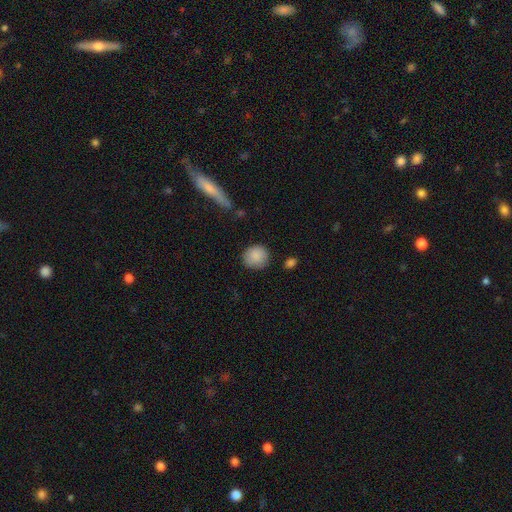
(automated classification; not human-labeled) Smooth or featured?
  - smooth: 87% *
  - star or artifact: 7%
  - featured or disk: 6%
How rounded?
  - round: 85% *
  - in between: 14%
  - cigar-shaped: 1%
Merging?
  - none: 81% *
  - minor disturbance: 14%
  - major disturbance: 3%
  - merger: 2%